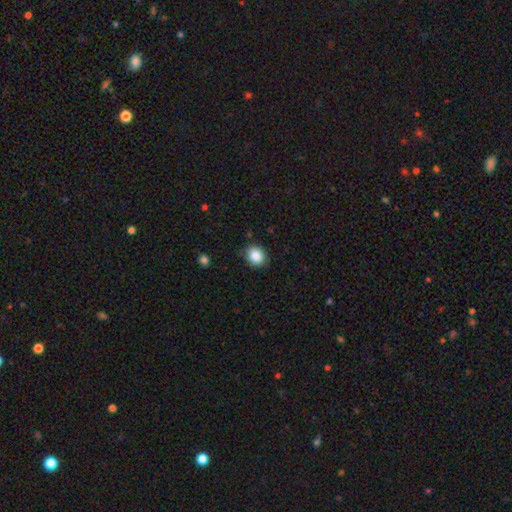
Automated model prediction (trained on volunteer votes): Smooth or featured? Predicted: smooth (p=0.87). How rounded? Predicted: round (p=0.65). Merging? Predicted: none (p=0.84).